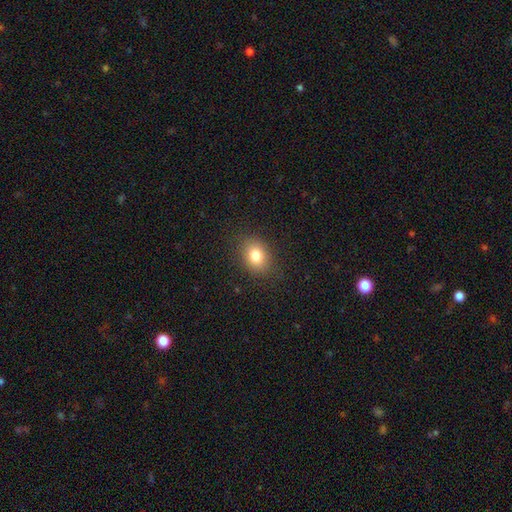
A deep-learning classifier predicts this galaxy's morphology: type=smooth (81%); roundness=in between (61%); merging=none (86%).